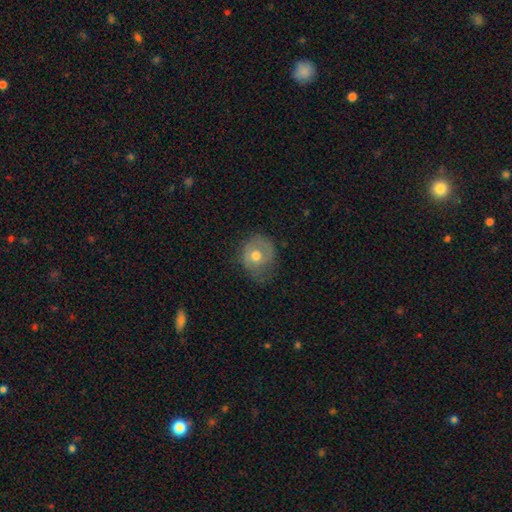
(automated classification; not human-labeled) smooth_or_featured: smooth (p=0.54) [alt: featured or disk p=0.38]
how_rounded: round (p=0.71) [alt: in between p=0.28]
merging: none (p=0.52) [alt: minor disturbance p=0.31]